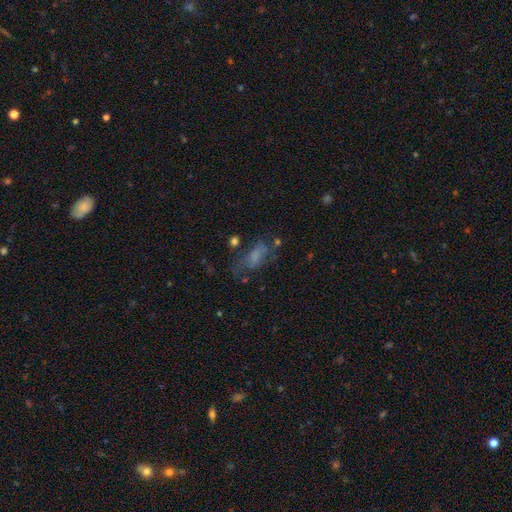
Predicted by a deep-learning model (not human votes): This appears to be a smooth galaxy with no disk features (51%) that is in between round and cigar-shaped (74%). Merging: none (44%).